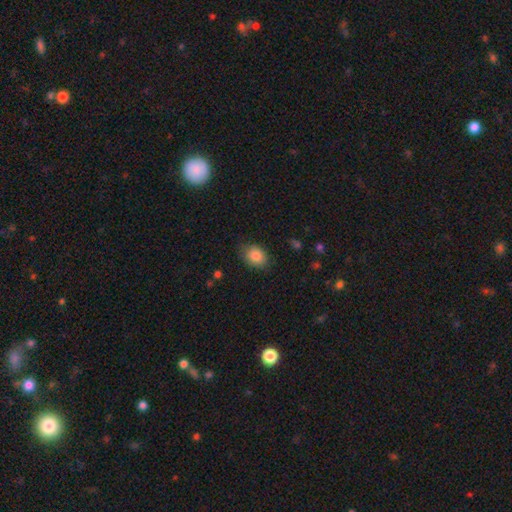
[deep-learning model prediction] Overall: smooth (86%). How rounded: in between (59%; round 40%). Merging: none (76%).